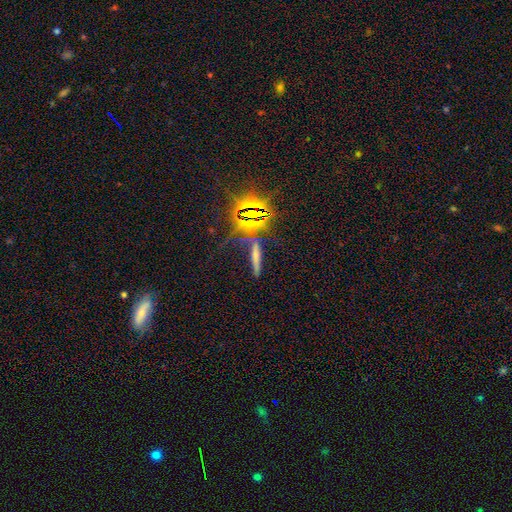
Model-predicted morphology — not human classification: This appears to be a smooth galaxy with no disk features (45%). Merging: none (65%).